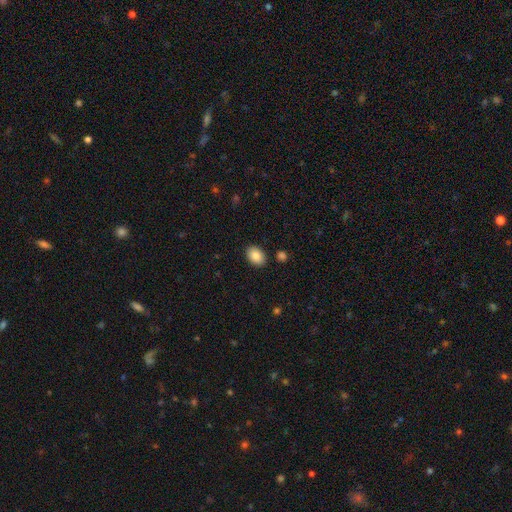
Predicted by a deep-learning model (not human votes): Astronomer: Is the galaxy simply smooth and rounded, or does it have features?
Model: smooth — 87%.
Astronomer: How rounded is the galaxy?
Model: in between — 80%.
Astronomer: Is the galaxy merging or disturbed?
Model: none — 88%.